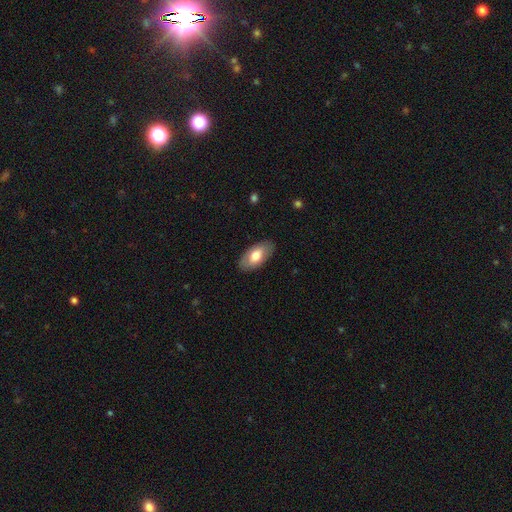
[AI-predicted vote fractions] Q: Smooth or featured?
A: smooth (72%); runner-up: featured or disk (22%)
Q: How rounded?
A: in between (94%); runner-up: cigar-shaped (4%)
Q: Merging?
A: none (87%); runner-up: minor disturbance (10%)